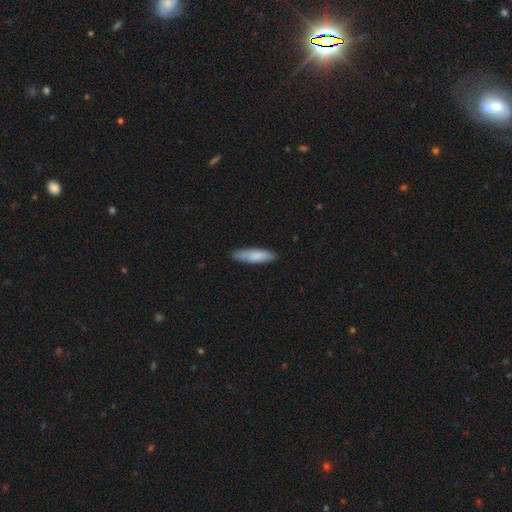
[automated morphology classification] Smooth or featured: smooth — 82% (featured or disk — 13%)
How rounded: cigar-shaped — 65% (in between — 34%)
Merging: none — 84% (minor disturbance — 13%)